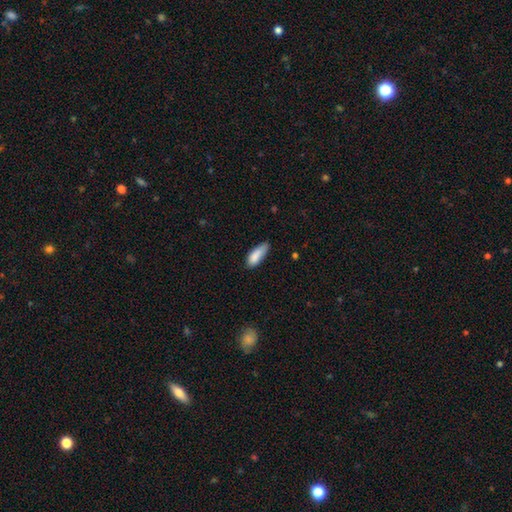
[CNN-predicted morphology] type=smooth (85%); roundness=in between (70%); merging=none (55%).